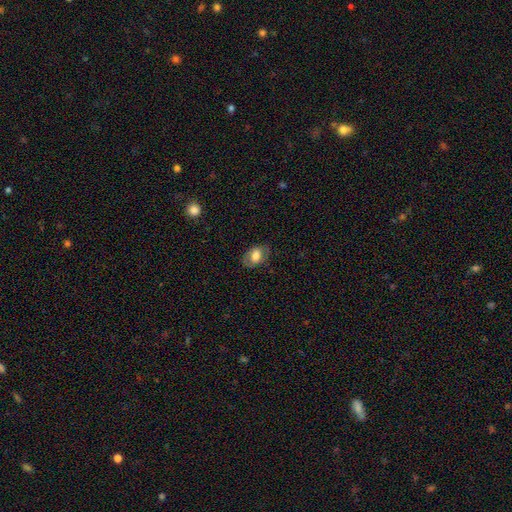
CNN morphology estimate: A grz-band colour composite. It shows a smooth galaxy with no disk features (67%) that is in between round and cigar-shaped (85%). Merging: none (77%).